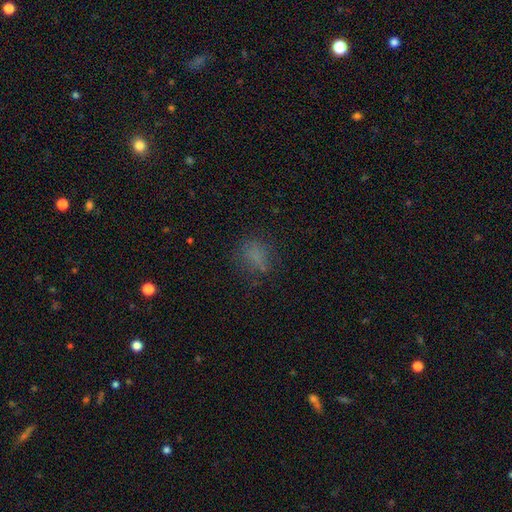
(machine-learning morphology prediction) smooth-or-featured: smooth: 67% | star or artifact: 21% | featured or disk: 12%
  how-rounded: round: 49% | in between: 48% | cigar-shaped: 3%
  merging: none: 67% | minor disturbance: 18% | major disturbance: 13% | merger: 2%